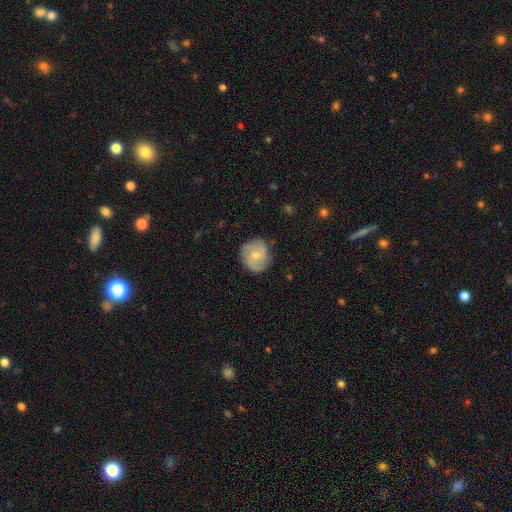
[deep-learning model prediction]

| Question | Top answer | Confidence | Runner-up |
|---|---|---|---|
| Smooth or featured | featured or disk | 53% | smooth (40%) |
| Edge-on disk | no | 97% | yes (3%) |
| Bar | no | 59% | weak (35%) |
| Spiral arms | yes | 86% | no (14%) |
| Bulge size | small | 56% | moderate (40%) |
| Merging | none | 80% | minor disturbance (15%) |